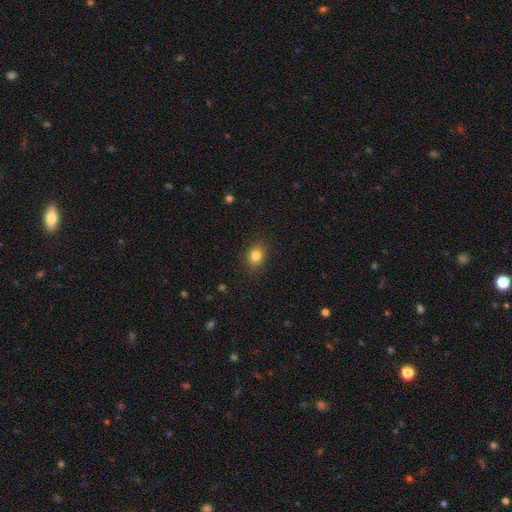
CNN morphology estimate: Q: Smooth or featured?
A: smooth (83%); runner-up: star or artifact (11%)
Q: How rounded?
A: round (53%); runner-up: in between (46%)
Q: Merging?
A: none (88%); runner-up: minor disturbance (8%)